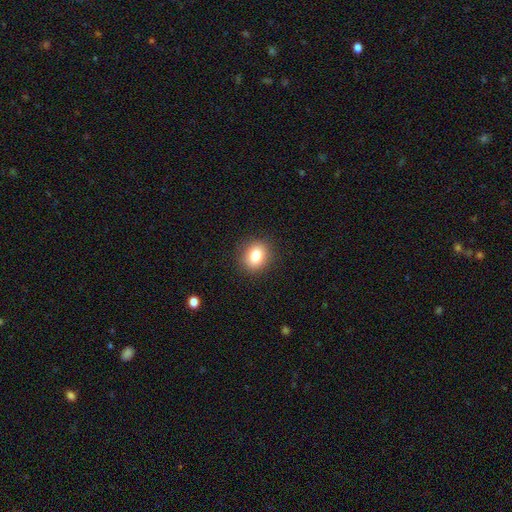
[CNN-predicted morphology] smooth 82%, star or artifact 10%, featured or disk 8%. Down the decision tree: how rounded — round (62%); merging — none (90%).